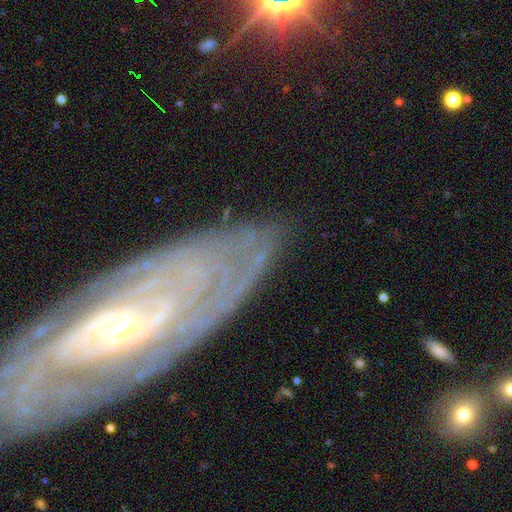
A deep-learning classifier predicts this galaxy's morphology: The model was most divided on "bulge size": small: 46%, moderate: 44%, large: 6%, none: 3%, dominant: 2%. Remaining: spiral arms — yes (83%); edge-on disk — no (83%); merging — none (78%); spiral winding — tight (77%); smooth or featured — featured or disk (76%); bar — no (54%); spiral arm count — can't tell (47%).